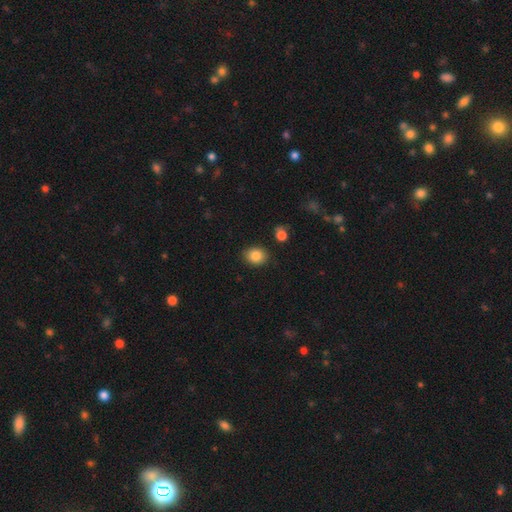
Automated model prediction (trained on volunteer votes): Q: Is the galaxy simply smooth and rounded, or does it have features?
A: smooth — 86%.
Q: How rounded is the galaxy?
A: round — 54%.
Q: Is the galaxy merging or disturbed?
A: none — 87%.